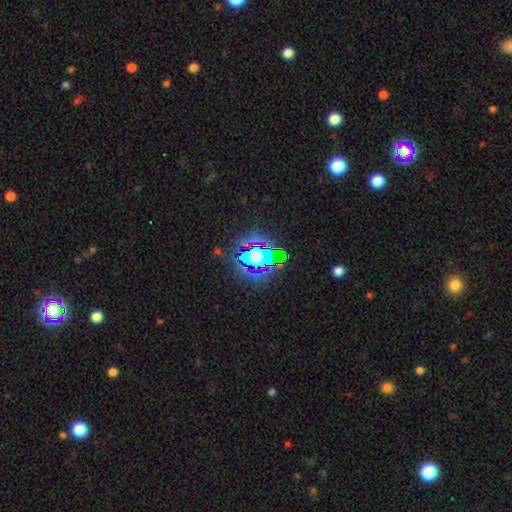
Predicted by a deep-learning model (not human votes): smooth-or-featured: star or artifact: 56% | smooth: 26% | featured or disk: 18%